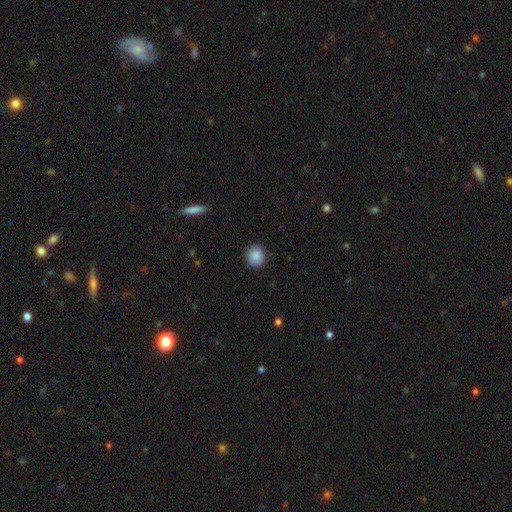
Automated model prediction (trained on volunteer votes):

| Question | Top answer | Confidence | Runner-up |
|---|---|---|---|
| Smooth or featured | smooth | 89% | star or artifact (8%) |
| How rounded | round | 86% | in between (13%) |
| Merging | none | 87% | minor disturbance (9%) |